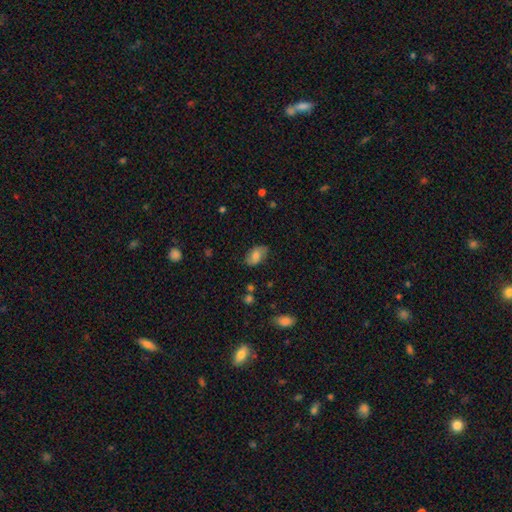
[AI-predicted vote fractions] smooth_or_featured: smooth (p=0.75) [alt: featured or disk p=0.17]
how_rounded: in between (p=0.92) [alt: round p=0.06]
merging: none (p=0.76) [alt: minor disturbance p=0.19]